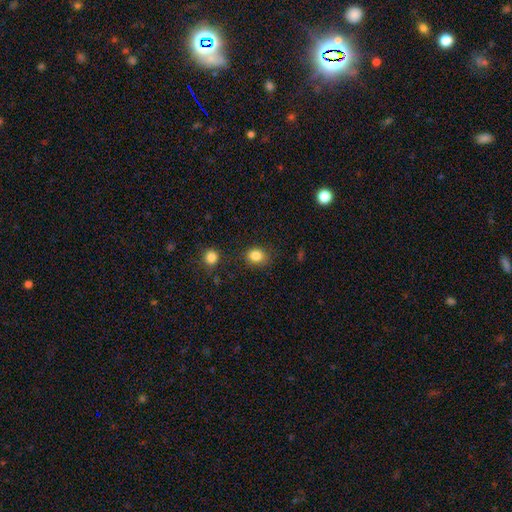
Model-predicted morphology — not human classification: Smooth or featured: smooth — 84% (star or artifact — 11%)
How rounded: round — 69% (in between — 30%)
Merging: none — 81% (minor disturbance — 12%)